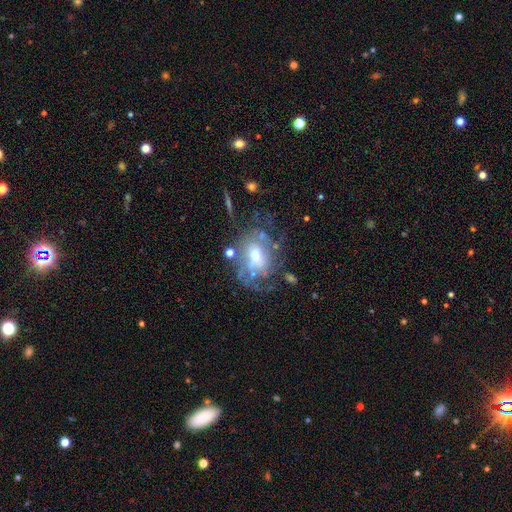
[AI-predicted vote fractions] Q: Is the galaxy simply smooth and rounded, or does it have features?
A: featured or disk — 73%.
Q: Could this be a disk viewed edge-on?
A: no — 96%.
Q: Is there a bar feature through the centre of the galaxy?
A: no — 54%.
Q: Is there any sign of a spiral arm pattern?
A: yes — 75%.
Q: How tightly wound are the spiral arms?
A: tight — 50%.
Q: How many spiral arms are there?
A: can't tell — 54%.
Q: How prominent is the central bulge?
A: moderate — 62%.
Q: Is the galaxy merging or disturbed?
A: none — 54%.